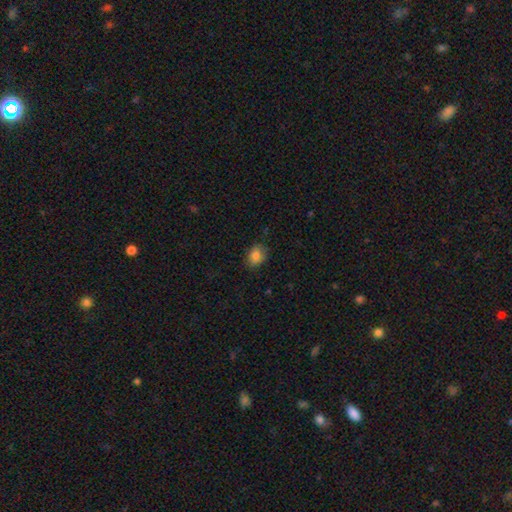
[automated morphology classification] smooth 85%, star or artifact 9%, featured or disk 6%. Down the decision tree: how rounded — in between (67%); merging — none (76%).